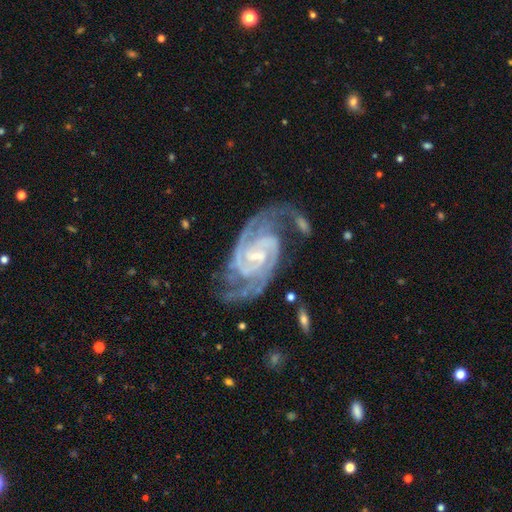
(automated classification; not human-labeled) This appears to be a featured or disk galaxy (93%) with a weak bar (52%), 2 (66%) tight (54%) spiral arms (99%) and a small central bulge (64%). Merging: none (64%).